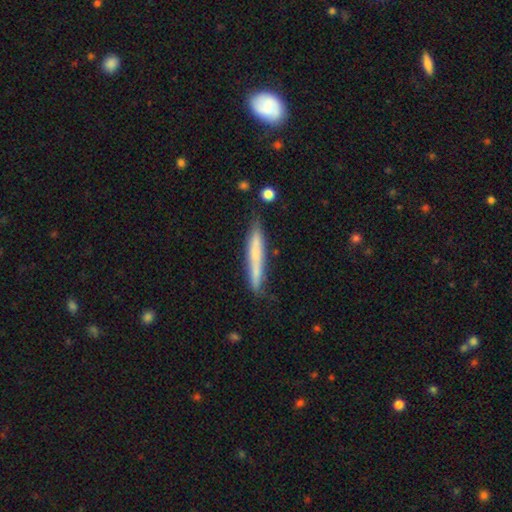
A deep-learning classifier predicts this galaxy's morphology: smooth_or_featured: smooth (p=0.60) [alt: featured or disk p=0.34]
how_rounded: cigar-shaped (p=0.95) [alt: in between p=0.04]
merging: none (p=0.76) [alt: minor disturbance p=0.18]